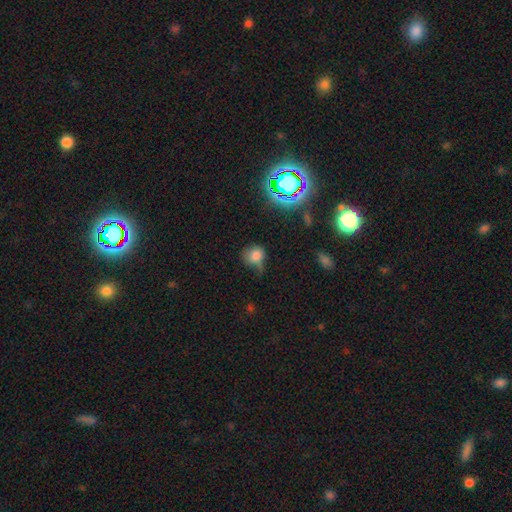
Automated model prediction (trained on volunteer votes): This appears to be a smooth galaxy with no disk features (74%) that is round (72%). Merging: none (43%).